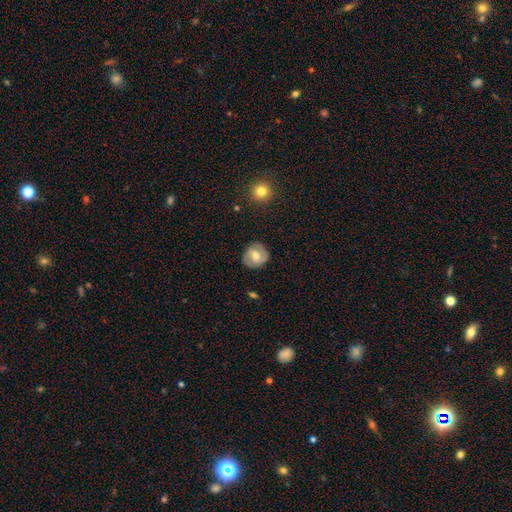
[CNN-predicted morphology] Smooth or featured? Predicted: featured or disk (p=0.59). Edge-on disk? Predicted: no (p=0.97). Bar? Predicted: weak (p=0.49). Spiral arms? Predicted: yes (p=0.82). Bulge size? Predicted: moderate (p=0.66). Merging? Predicted: none (p=0.83).